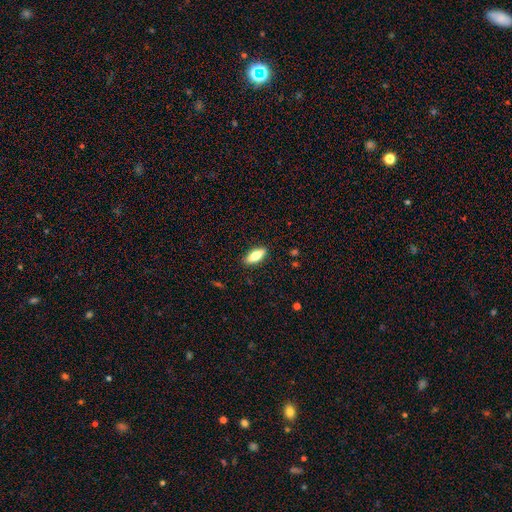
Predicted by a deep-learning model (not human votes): smooth-or-featured: smooth: 73% | featured or disk: 21% | star or artifact: 7%
  how-rounded: in between: 69% | cigar-shaped: 29% | round: 3%
  merging: none: 89% | minor disturbance: 8% | major disturbance: 2% | merger: 1%